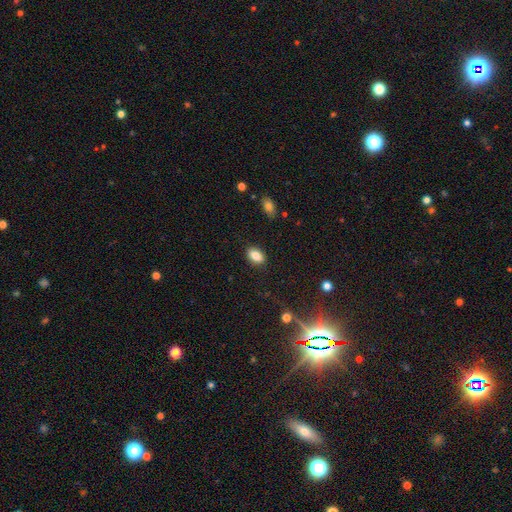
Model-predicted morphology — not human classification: smooth-or-featured: smooth: 83% | star or artifact: 9% | featured or disk: 8%
  how-rounded: in between: 87% | round: 11% | cigar-shaped: 2%
  merging: none: 86% | minor disturbance: 10% | major disturbance: 3% | merger: 2%